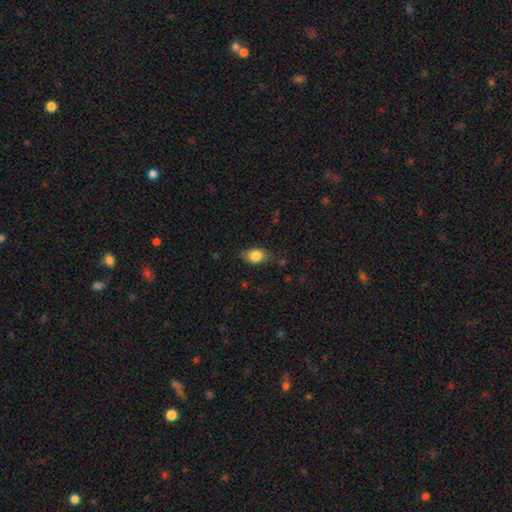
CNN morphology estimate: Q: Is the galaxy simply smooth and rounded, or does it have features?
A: smooth — 84%.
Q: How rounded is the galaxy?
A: in between — 81%.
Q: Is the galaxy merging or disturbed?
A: none — 76%.